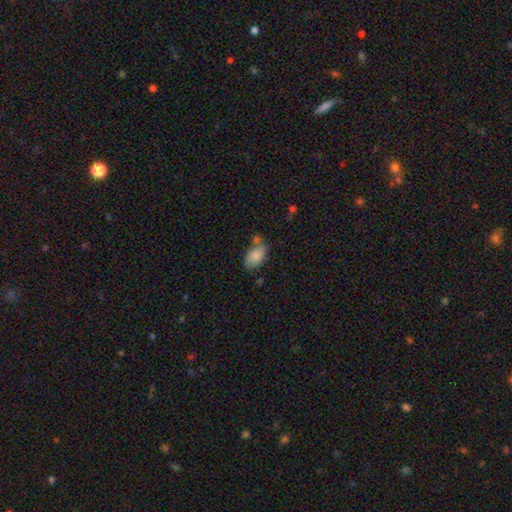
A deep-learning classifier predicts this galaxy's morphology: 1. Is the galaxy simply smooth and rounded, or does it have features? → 83% smooth, 10% featured or disk, 7% star or artifact.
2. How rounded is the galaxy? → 91% in between, 7% round, 2% cigar-shaped.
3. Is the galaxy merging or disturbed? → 55% none, 21% minor disturbance, 18% merger, 6% major disturbance.